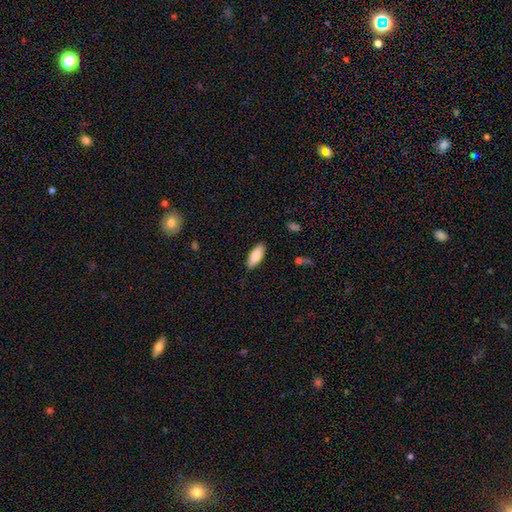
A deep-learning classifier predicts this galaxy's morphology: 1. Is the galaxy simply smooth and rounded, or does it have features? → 78% smooth, 16% featured or disk, 6% star or artifact.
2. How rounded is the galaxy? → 79% in between, 19% cigar-shaped, 2% round.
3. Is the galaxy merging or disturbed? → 87% none, 10% minor disturbance, 2% major disturbance, 1% merger.